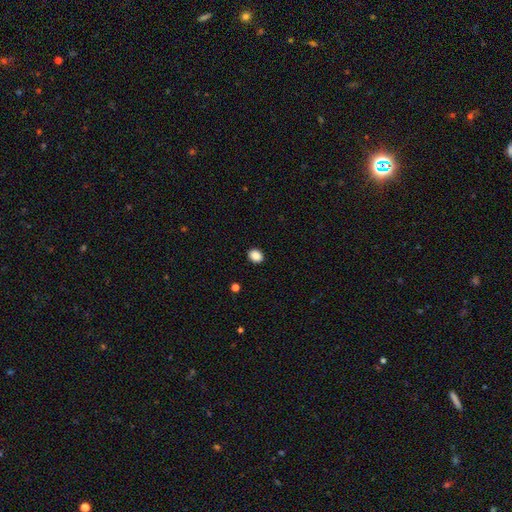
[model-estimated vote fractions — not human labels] Q: Smooth or featured?
A: smooth (89%); runner-up: star or artifact (9%)
Q: How rounded?
A: in between (50%); runner-up: round (49%)
Q: Merging?
A: none (91%); runner-up: minor disturbance (6%)